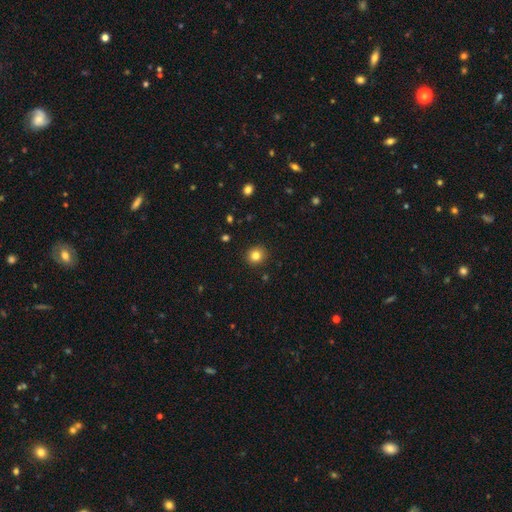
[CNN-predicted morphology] This is clearly a smooth galaxy (82%). How rounded: clearly round (87%). Merging: clearly none (91%).